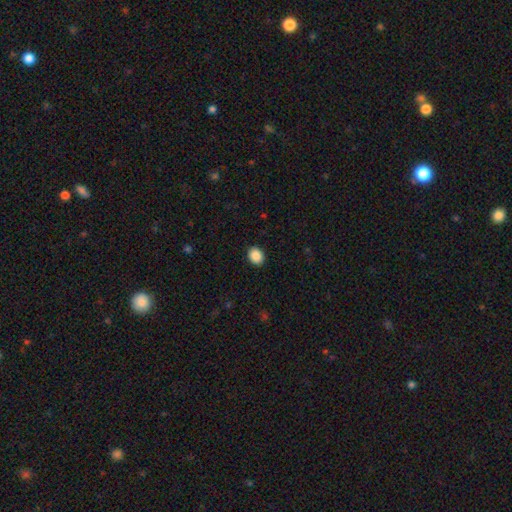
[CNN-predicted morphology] smooth_or_featured: smooth (p=0.89) [alt: star or artifact p=0.08]
how_rounded: round (p=0.52) [alt: in between p=0.47]
merging: none (p=0.91) [alt: minor disturbance p=0.06]